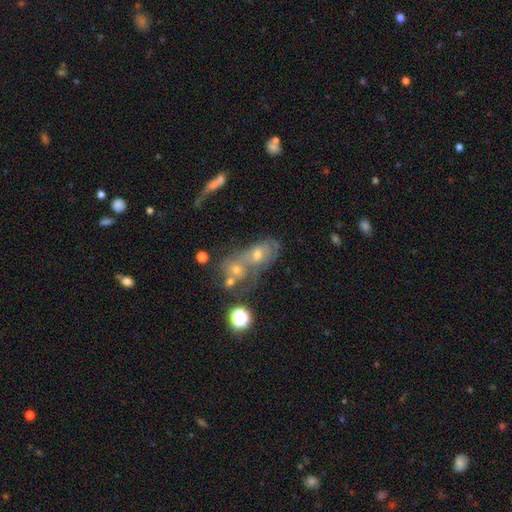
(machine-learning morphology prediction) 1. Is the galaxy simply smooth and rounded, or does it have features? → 40% featured or disk, 36% smooth, 24% star or artifact.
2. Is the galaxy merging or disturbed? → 57% merger, 24% none, 10% minor disturbance, 9% major disturbance.